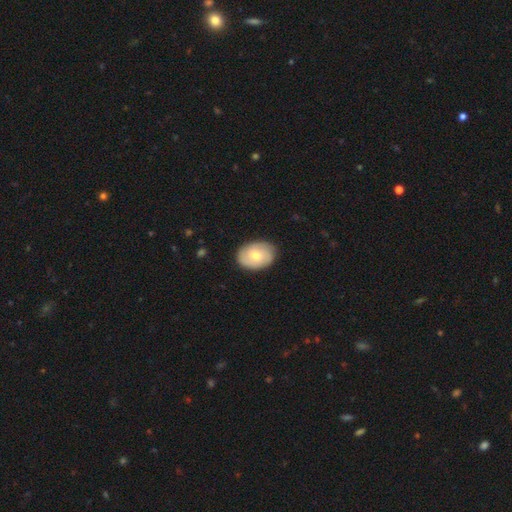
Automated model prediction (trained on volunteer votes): Morphology: type=smooth (58%); roundness=in between (73%); merging=none (84%).